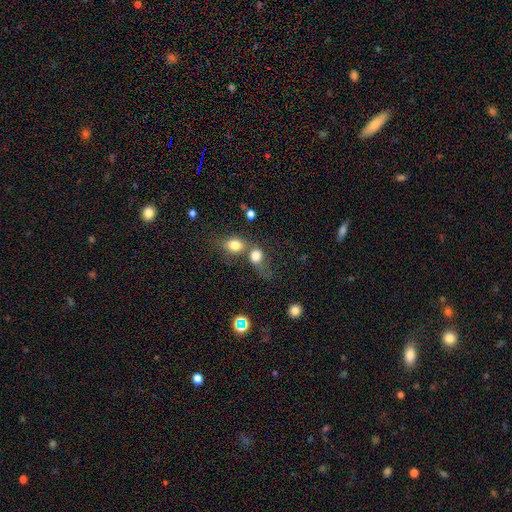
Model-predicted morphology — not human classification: Smooth or featured?
  - smooth: 77% *
  - star or artifact: 13%
  - featured or disk: 10%
How rounded?
  - round: 54% *
  - in between: 44%
  - cigar-shaped: 2%
Merging?
  - merger: 49% *
  - none: 29%
  - major disturbance: 11%
  - minor disturbance: 11%